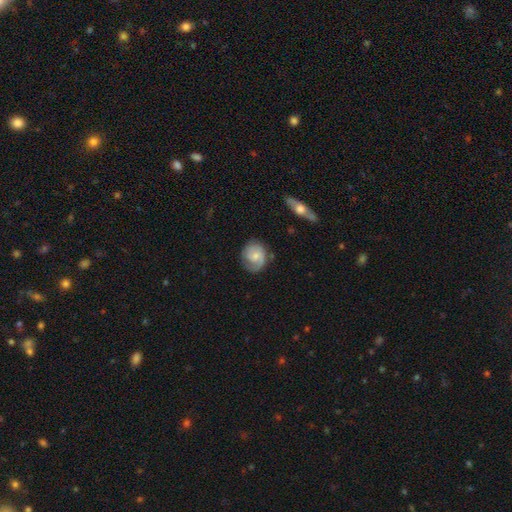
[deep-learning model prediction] Smooth or featured? featured or disk (66%)
Edge-on disk? no (97%)
Bar? no (67%)
Spiral arms? yes (90%)
Spiral winding? tight (51%)
Spiral arm count? 2 (54%)
Bulge size? small (54%)
Merging? none (69%)